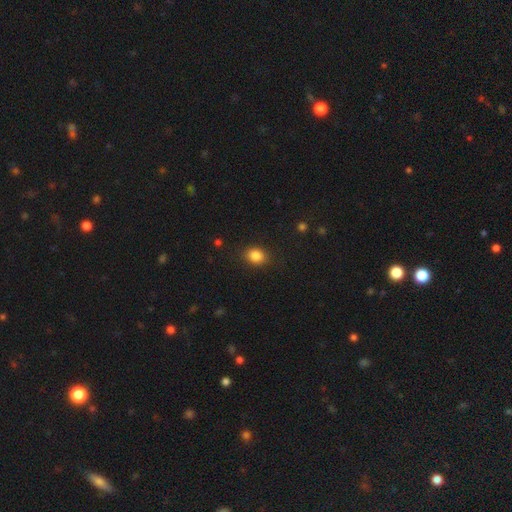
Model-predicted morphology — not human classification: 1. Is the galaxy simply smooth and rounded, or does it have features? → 85% smooth, 10% star or artifact, 5% featured or disk.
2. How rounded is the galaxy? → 54% in between, 45% round, 1% cigar-shaped.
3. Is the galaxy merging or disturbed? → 86% none, 10% minor disturbance, 3% major disturbance, 1% merger.